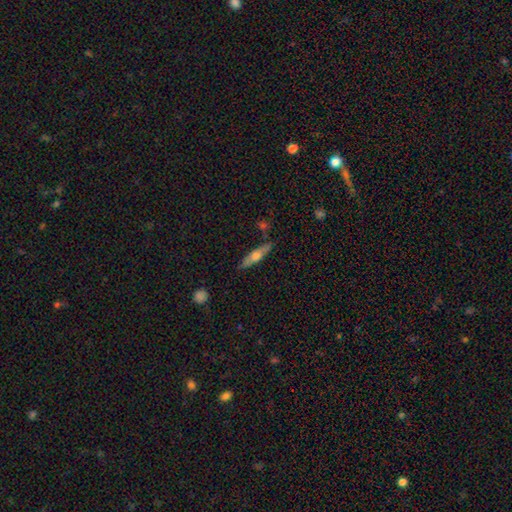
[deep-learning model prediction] Morphology: type=smooth (50%); roundness=cigar-shaped (76%); merging=none (82%).